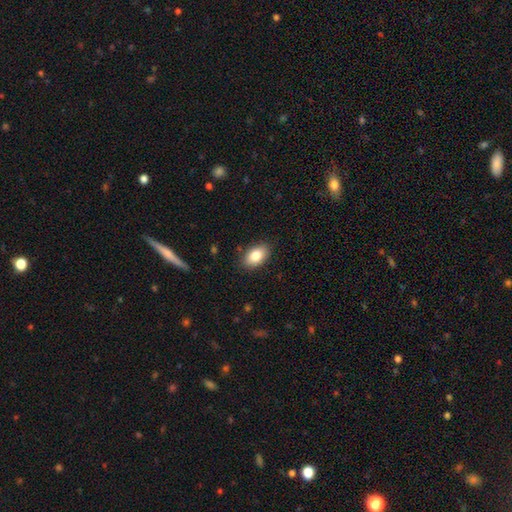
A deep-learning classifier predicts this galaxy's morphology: A smooth galaxy with no disk features (84%) that is in between round and cigar-shaped (91%).

Vote fractions:
- Smooth or featured? smooth: 84% / featured or disk: 8% / star or artifact: 7%
- How rounded? in between: 91% / round: 7% / cigar-shaped: 2%
- Merging? none: 87% / minor disturbance: 10% / major disturbance: 2% / merger: 1%